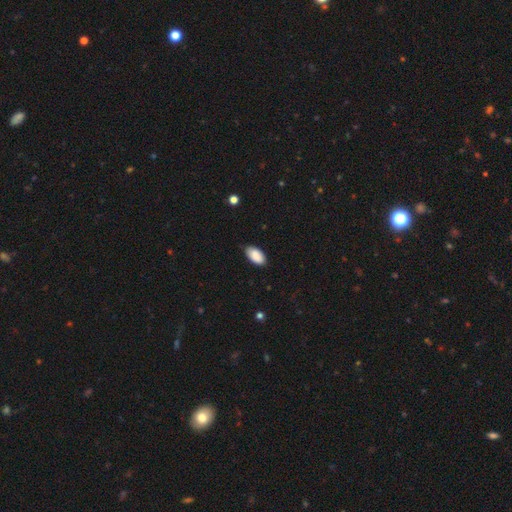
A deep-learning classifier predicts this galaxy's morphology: type=smooth (90%); roundness=in between (95%); merging=none (79%).